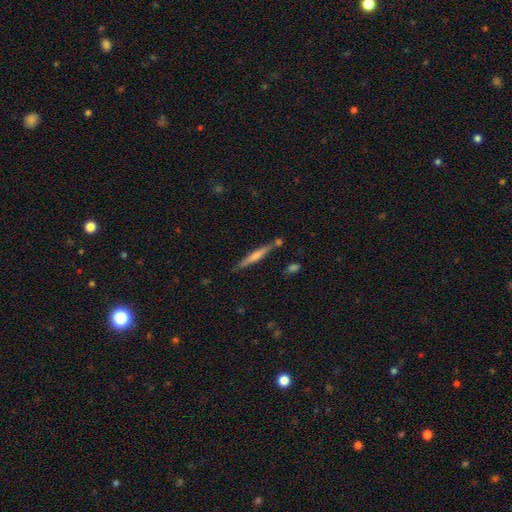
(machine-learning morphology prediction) Smooth or featured?
  - featured or disk: 55% *
  - smooth: 38%
  - star or artifact: 7%
Edge-on disk?
  - yes: 97% *
  - no: 3%
Edge-on bulge?
  - rounded: 59% *
  - none: 29%
  - boxy: 12%
Merging?
  - none: 81% *
  - minor disturbance: 11%
  - merger: 6%
  - major disturbance: 2%